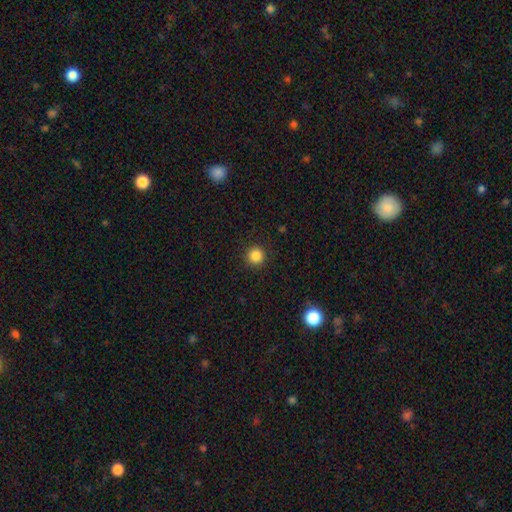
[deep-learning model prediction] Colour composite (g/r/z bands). It shows a smooth galaxy with no disk features (85%) that is round (95%). Merging: none (92%).